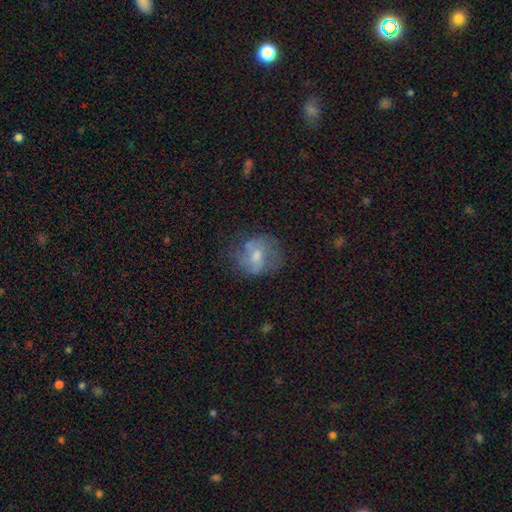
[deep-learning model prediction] A smooth galaxy with no disk features (48%).

Vote fractions:
- Smooth or featured? smooth: 48% / featured or disk: 42% / star or artifact: 10%
- Merging? none: 50% / minor disturbance: 25% / major disturbance: 21% / merger: 4%